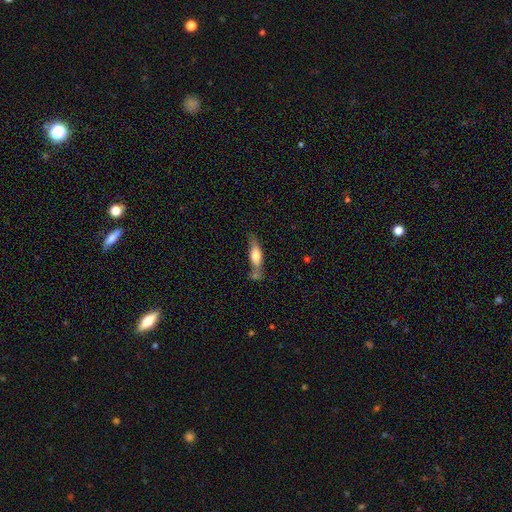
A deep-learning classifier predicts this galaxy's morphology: This appears to be a smooth galaxy with no disk features (61%) that is cigar-shaped (51%). Merging: none (50%).